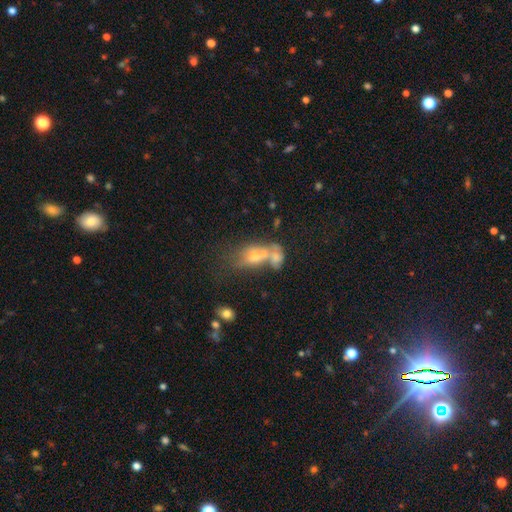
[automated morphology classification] smooth-or-featured: smooth: 51% | featured or disk: 33% | star or artifact: 16%
  how-rounded: in between: 67% | round: 27% | cigar-shaped: 6%
  merging: merger: 60% | none: 20% | major disturbance: 10% | minor disturbance: 10%